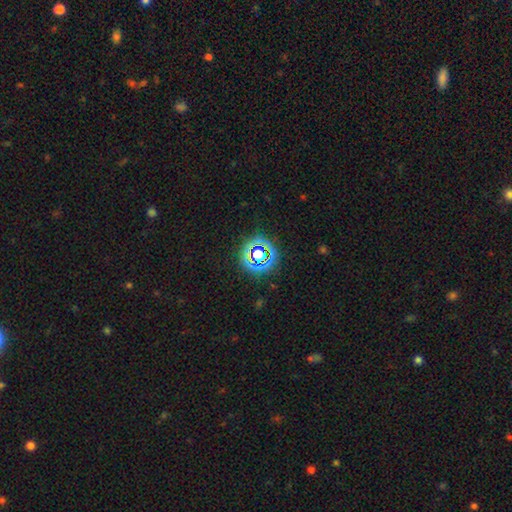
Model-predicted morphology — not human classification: smooth_or_featured: star or artifact (p=0.63) [alt: smooth p=0.25]